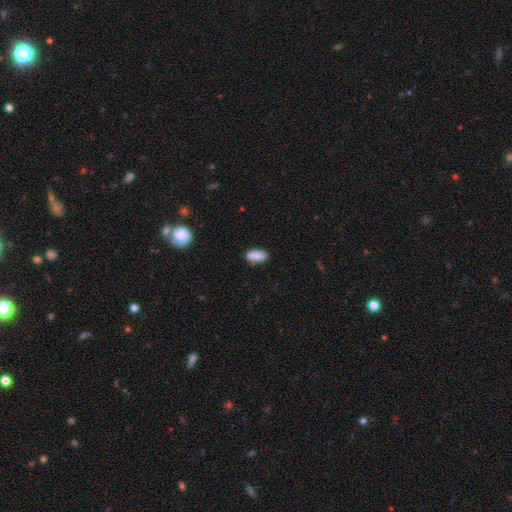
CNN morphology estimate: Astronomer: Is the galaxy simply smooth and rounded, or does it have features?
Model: smooth — 88%.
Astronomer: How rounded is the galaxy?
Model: in between — 85%.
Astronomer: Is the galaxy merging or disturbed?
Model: none — 79%.